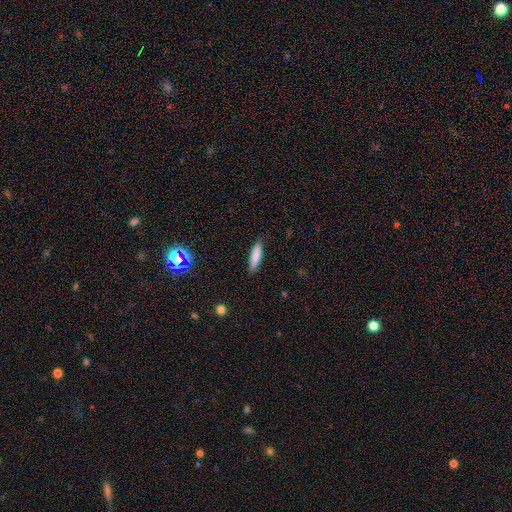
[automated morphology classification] smooth-or-featured: smooth: 81% | featured or disk: 12% | star or artifact: 7%
  how-rounded: cigar-shaped: 79% | in between: 20% | round: 1%
  merging: none: 88% | minor disturbance: 9% | major disturbance: 2% | merger: 1%